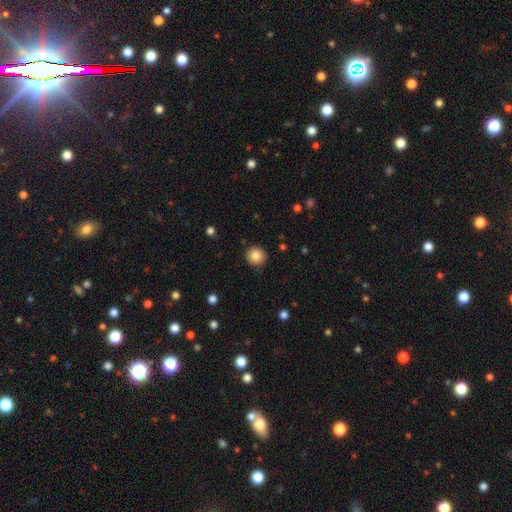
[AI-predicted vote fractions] This is clearly a smooth galaxy (83%). How rounded: clearly round (94%). Merging: clearly none (87%).